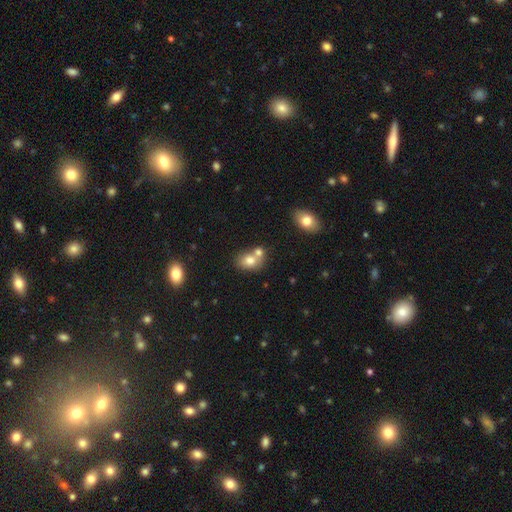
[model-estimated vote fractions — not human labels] A smooth galaxy with no disk features (75%) that is in between round and cigar-shaped (50%).

Vote fractions:
- Smooth or featured? smooth: 75% / featured or disk: 14% / star or artifact: 11%
- How rounded? in between: 50% / round: 49% / cigar-shaped: 1%
- Merging? merger: 45% / none: 42% / minor disturbance: 9% / major disturbance: 3%